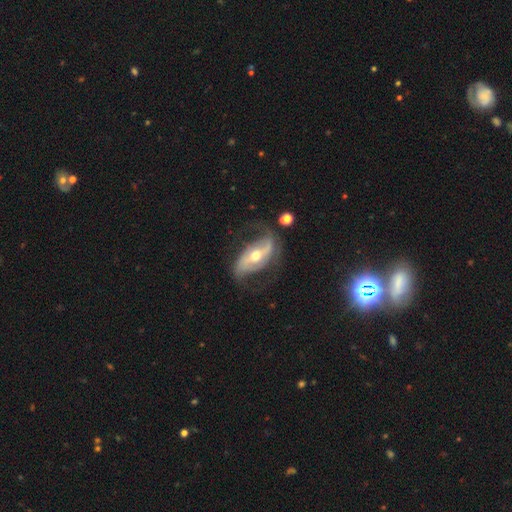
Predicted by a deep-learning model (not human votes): A featured or disk galaxy (84%) with a strong bar (39%), 2 (86%) loose (55%) spiral arms (92%) and a moderate central bulge (63%). Merging: none (60%).